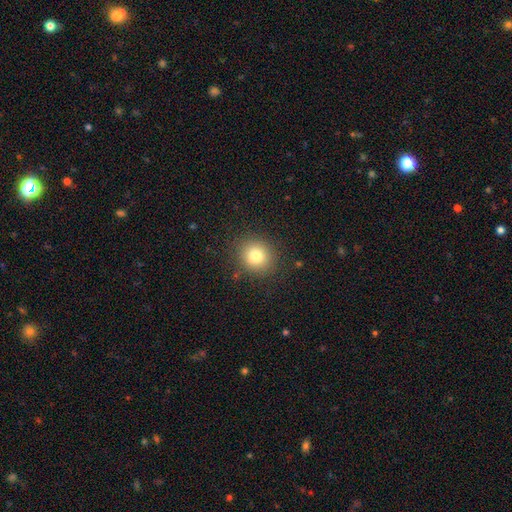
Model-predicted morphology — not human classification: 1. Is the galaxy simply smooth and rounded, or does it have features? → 80% smooth, 12% star or artifact, 8% featured or disk.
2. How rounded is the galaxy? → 84% round, 15% in between, 1% cigar-shaped.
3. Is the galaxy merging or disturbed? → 87% none, 9% minor disturbance, 3% major disturbance, 1% merger.